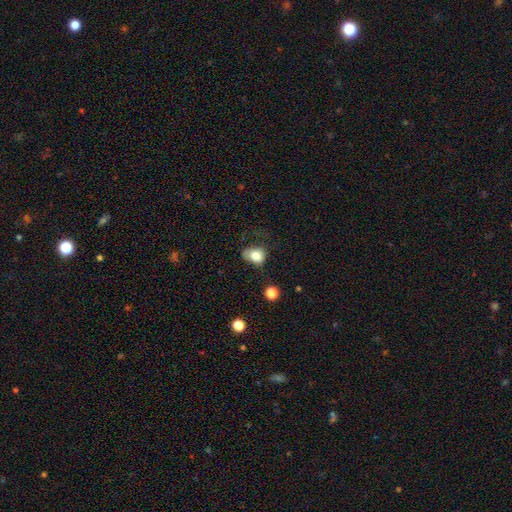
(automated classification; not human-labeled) Smooth or featured?
  - smooth: 78% *
  - featured or disk: 12%
  - star or artifact: 10%
How rounded?
  - in between: 53% *
  - round: 46%
  - cigar-shaped: 1%
Merging?
  - none: 39% *
  - minor disturbance: 35%
  - major disturbance: 23%
  - merger: 3%